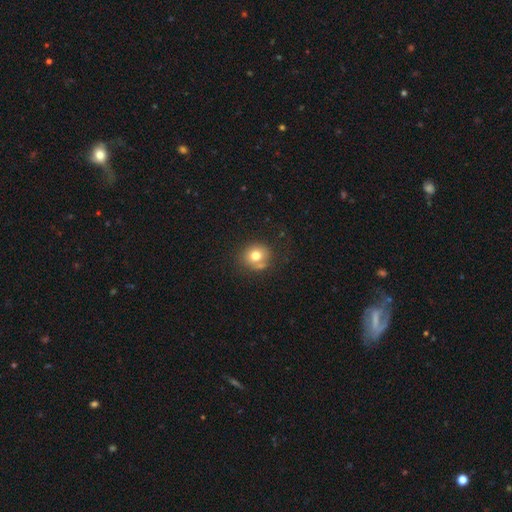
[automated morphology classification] The model was most divided on "merging": none: 70%, minor disturbance: 16%, merger: 9%, major disturbance: 5%. More confident: how rounded — round (85%); smooth or featured — smooth (75%).